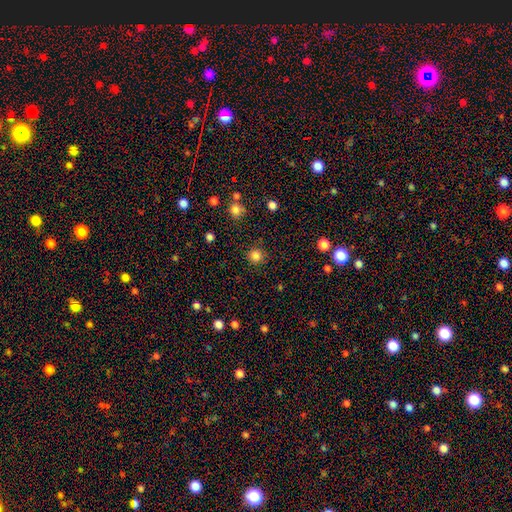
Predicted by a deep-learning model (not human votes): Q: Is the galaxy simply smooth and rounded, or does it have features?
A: smooth — 83%.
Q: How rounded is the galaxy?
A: round — 94%.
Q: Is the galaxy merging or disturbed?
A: none — 88%.